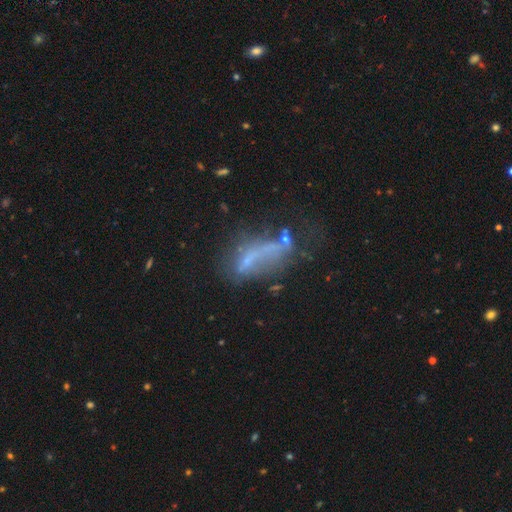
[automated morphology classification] Q: Smooth or featured?
A: featured or disk (44%); runner-up: smooth (38%)
Q: Merging?
A: major disturbance (32%); runner-up: none (29%)